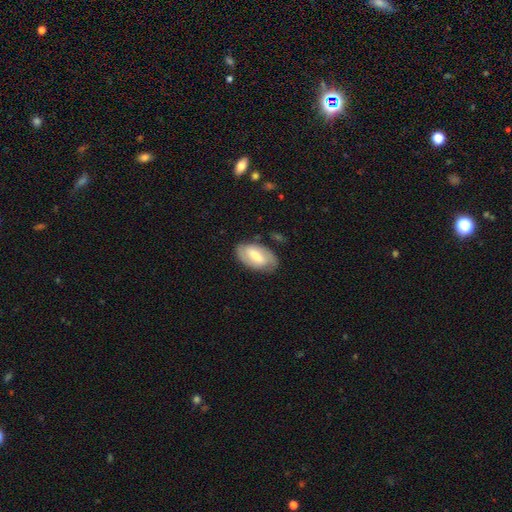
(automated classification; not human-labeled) Smooth or featured: featured or disk — 55% (smooth — 40%)
Edge-on disk: no — 93% (yes — 7%)
Bar: strong — 46% (weak — 40%)
Spiral arms: yes — 66% (no — 34%)
Bulge size: moderate — 53% (small — 33%)
Merging: none — 79% (minor disturbance — 15%)